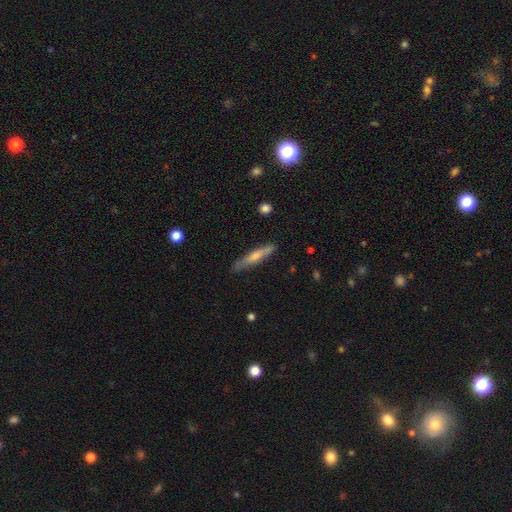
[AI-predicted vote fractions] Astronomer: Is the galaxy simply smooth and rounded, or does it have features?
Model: featured or disk — 47% (runner-up: smooth, 46%).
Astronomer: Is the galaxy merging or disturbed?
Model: none — 85%.